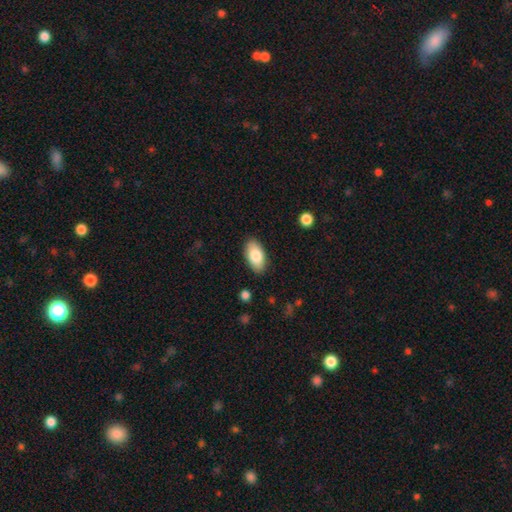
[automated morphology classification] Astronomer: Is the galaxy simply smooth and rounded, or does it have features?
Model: smooth — 83%.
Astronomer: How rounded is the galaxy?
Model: in between — 94%.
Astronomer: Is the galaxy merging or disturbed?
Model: none — 87%.